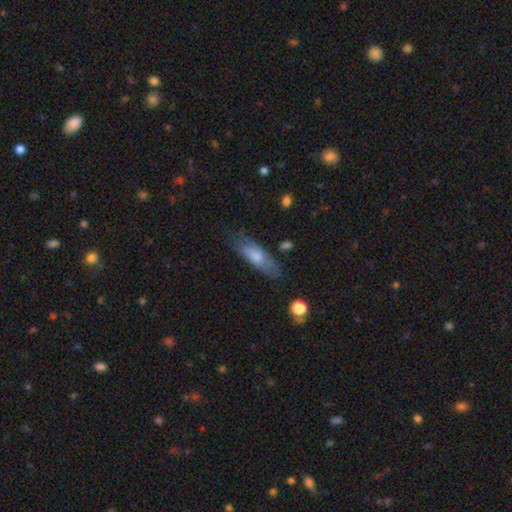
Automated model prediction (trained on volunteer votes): Overall: smooth (63%; featured or disk 29%). How rounded: in between (49%, tied with cigar-shaped). Merging: none (71%).